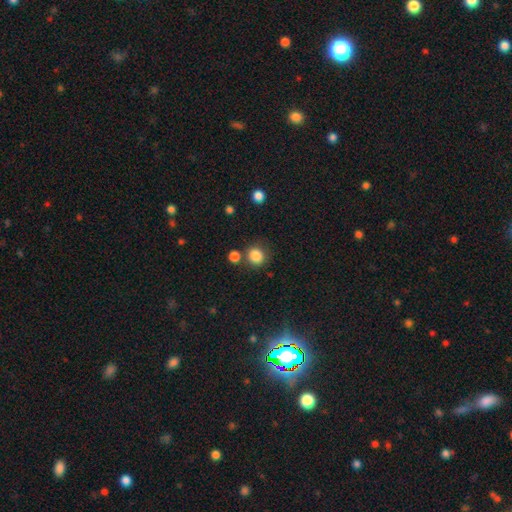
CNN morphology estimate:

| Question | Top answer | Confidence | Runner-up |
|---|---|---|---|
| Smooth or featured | smooth | 85% | star or artifact (11%) |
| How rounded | round | 86% | in between (13%) |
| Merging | none | 73% | merger (12%) |